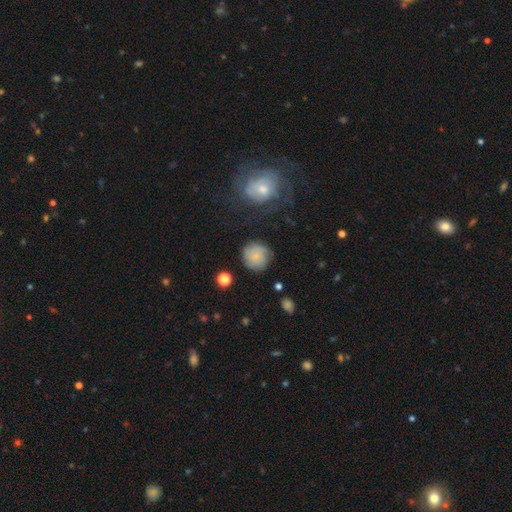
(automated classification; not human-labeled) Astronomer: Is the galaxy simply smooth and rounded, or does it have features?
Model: smooth — 65%.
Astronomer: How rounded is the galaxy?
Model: round — 90%.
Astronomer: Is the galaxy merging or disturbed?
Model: none — 74%.